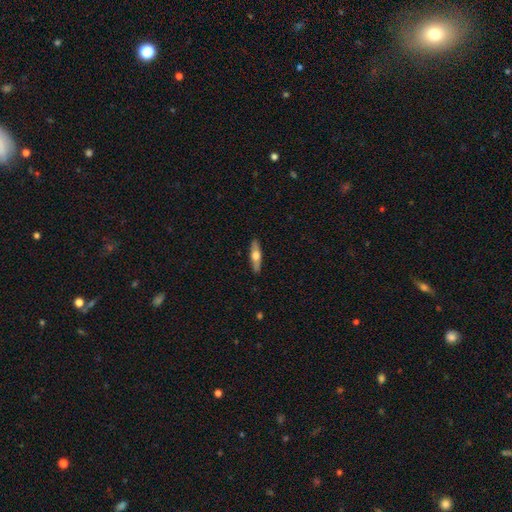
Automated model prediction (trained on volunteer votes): Smooth or featured? Predicted: smooth (p=0.48). Merging? Predicted: none (p=0.90).